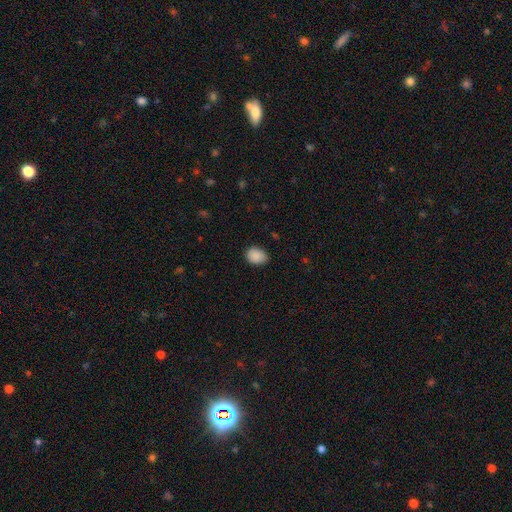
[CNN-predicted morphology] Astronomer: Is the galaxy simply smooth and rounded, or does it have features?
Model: smooth — 89%.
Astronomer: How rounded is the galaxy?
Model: in between — 64%.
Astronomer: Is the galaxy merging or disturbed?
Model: none — 78%.